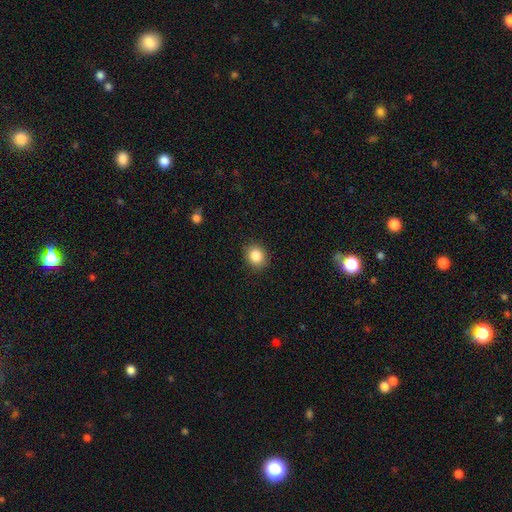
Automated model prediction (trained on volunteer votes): This is clearly a smooth galaxy (85%). How rounded: likely round (73%). Merging: clearly none (88%).